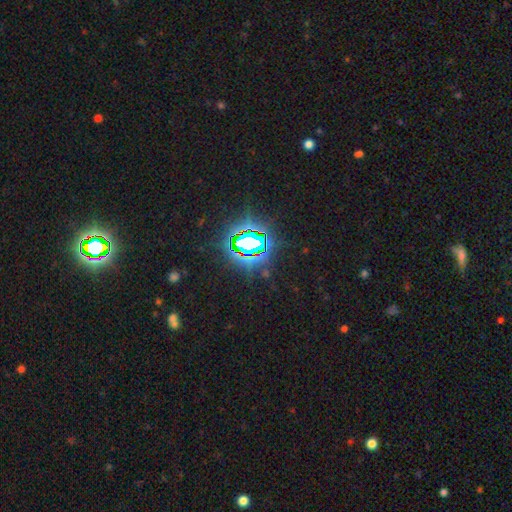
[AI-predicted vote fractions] Morphology: type=star or artifact (84%).